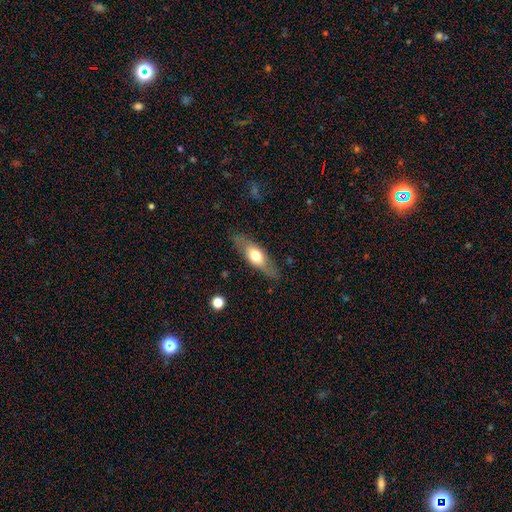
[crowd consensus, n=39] Smooth or featured? featured or disk (51%)
Edge-on disk? yes (55%)
Edge-on bulge? rounded (73%)
Merging? none (86%)